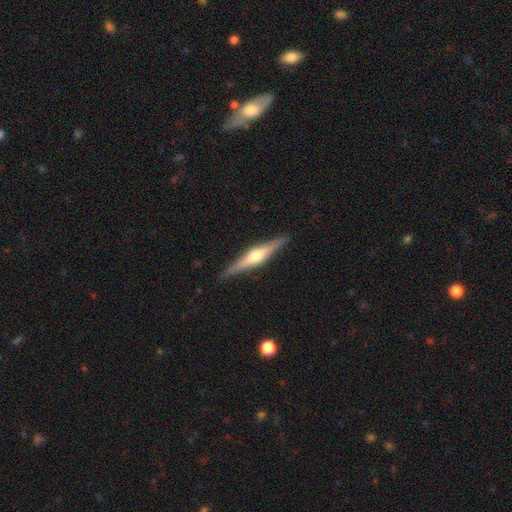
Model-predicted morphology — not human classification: featured or disk 70%, smooth 25%, star or artifact 5%. Down the decision tree: edge-on disk — yes (97%); edge-on bulge — rounded (87%); merging — none (89%).